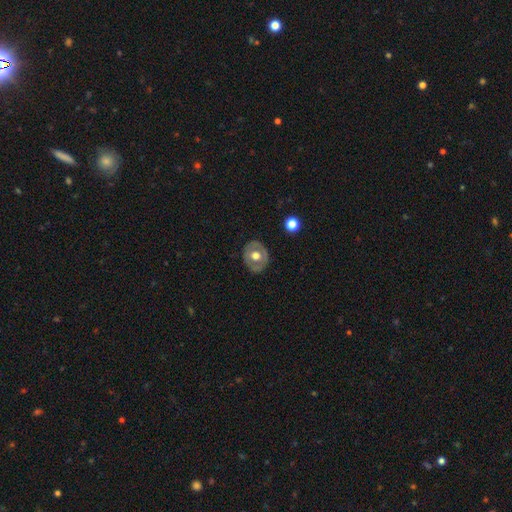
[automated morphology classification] smooth_or_featured: featured or disk (p=0.50) [alt: smooth p=0.43]
disk_edge_on: no (p=0.94) [alt: yes p=0.06]
merging: none (p=0.82) [alt: minor disturbance p=0.12]